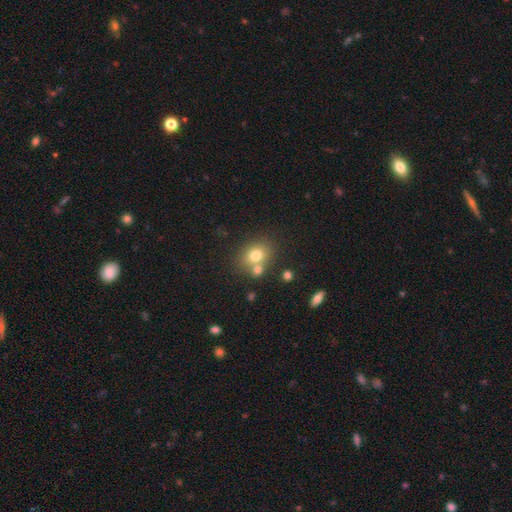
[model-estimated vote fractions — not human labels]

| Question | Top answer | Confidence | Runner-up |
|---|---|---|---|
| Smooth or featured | smooth | 74% | featured or disk (14%) |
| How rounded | round | 51% | in between (48%) |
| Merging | none | 57% | merger (29%) |